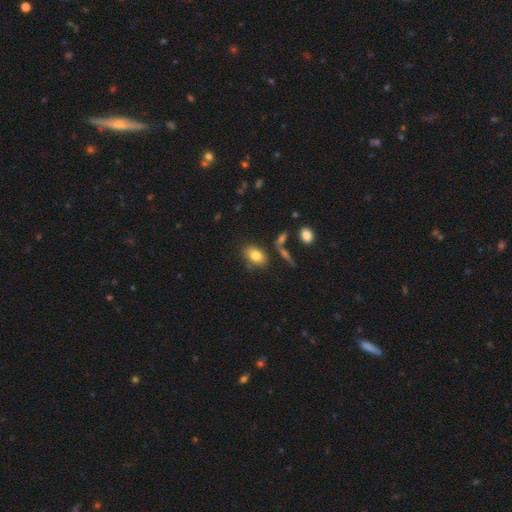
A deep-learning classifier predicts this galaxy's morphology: Smooth or featured? Predicted: smooth (p=0.79). How rounded? Predicted: in between (p=0.86). Merging? Predicted: none (p=0.75).